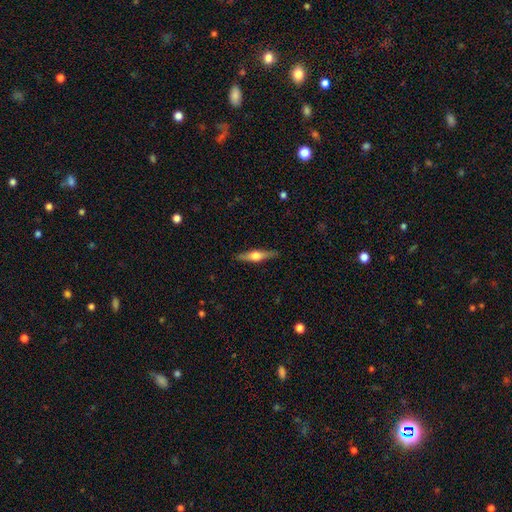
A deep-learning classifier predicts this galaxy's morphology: A featured or disk galaxy (63%) viewed edge-on (96%) with a rounded central bulge (94%).

Vote fractions:
- Smooth or featured? featured or disk: 63% / smooth: 31% / star or artifact: 6%
- Edge-on disk? yes: 96% / no: 4%
- Edge-on bulge? rounded: 94% / boxy: 4% / none: 2%
- Merging? none: 89% / minor disturbance: 8% / major disturbance: 2% / merger: 1%